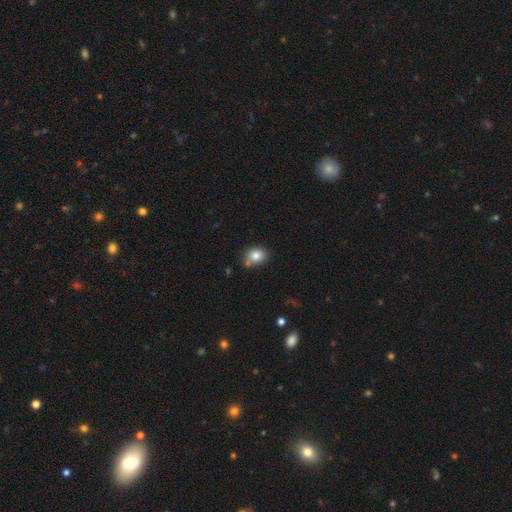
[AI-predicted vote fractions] Smooth or featured? smooth (82%)
How rounded? round (57%)
Merging? none (64%)